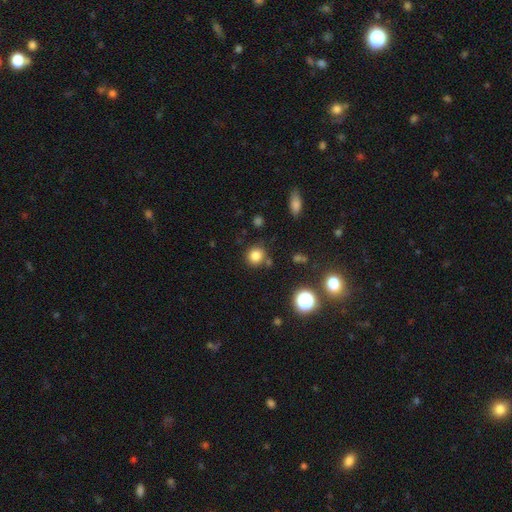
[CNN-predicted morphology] smooth 81%, star or artifact 14%, featured or disk 5%. Down the decision tree: how rounded — round (89%); merging — none (81%).